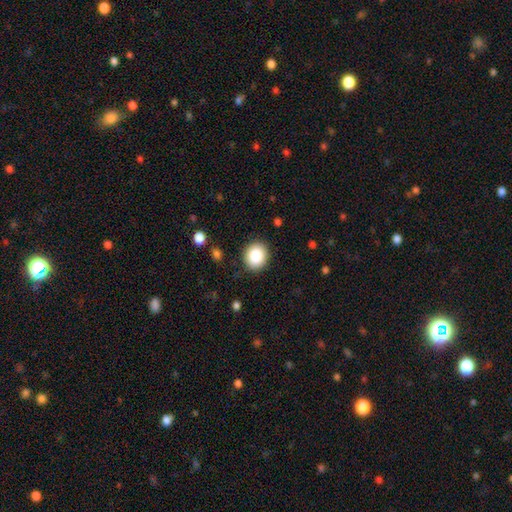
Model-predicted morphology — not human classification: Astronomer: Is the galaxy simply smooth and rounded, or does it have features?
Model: smooth — 85%.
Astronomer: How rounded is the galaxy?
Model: round — 74%.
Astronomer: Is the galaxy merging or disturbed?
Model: none — 89%.